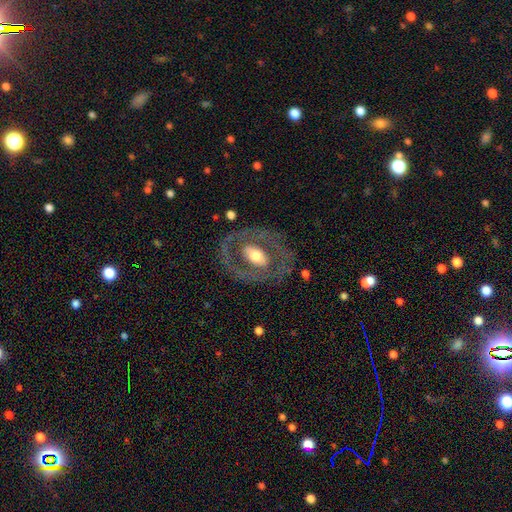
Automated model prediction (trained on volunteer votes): Smooth or featured? Predicted: featured or disk (p=0.64). Edge-on disk? Predicted: no (p=0.93). Bar? Predicted: no (p=0.53). Spiral arms? Predicted: no (p=0.72). Bulge size? Predicted: moderate (p=0.59). Merging? Predicted: none (p=0.75).